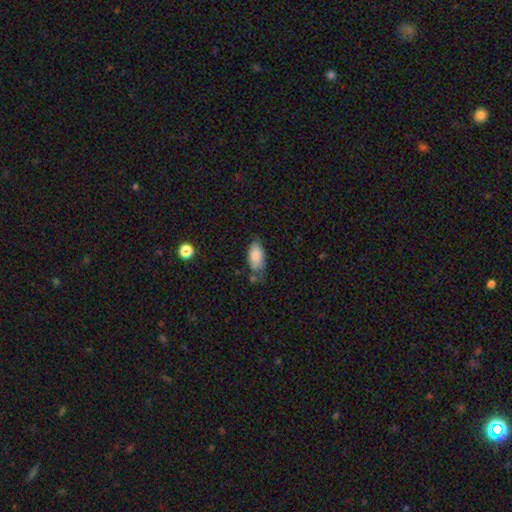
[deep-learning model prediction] Q: Smooth or featured?
A: smooth (84%); runner-up: featured or disk (9%)
Q: How rounded?
A: in between (91%); runner-up: cigar-shaped (6%)
Q: Merging?
A: none (53%); runner-up: minor disturbance (31%)